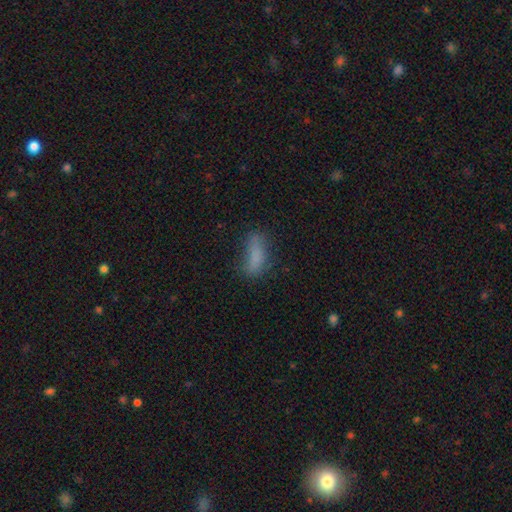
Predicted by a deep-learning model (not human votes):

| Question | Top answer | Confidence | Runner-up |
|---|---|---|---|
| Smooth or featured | smooth | 78% | featured or disk (11%) |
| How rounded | in between | 64% | cigar-shaped (33%) |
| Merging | none | 57% | minor disturbance (27%) |